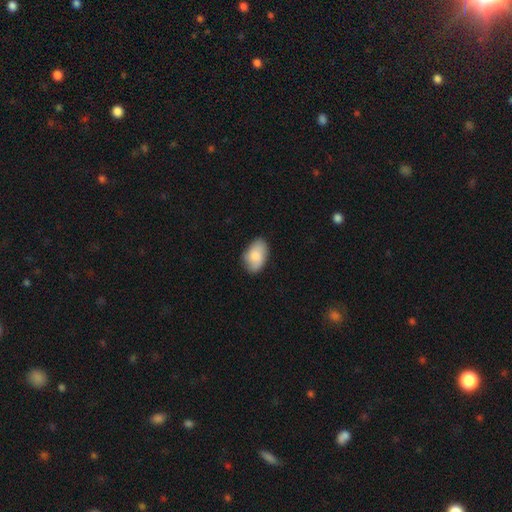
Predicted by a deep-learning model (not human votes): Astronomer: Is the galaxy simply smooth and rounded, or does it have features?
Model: smooth — 80%.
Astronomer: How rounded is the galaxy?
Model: in between — 91%.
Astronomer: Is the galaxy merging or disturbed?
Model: none — 79%.